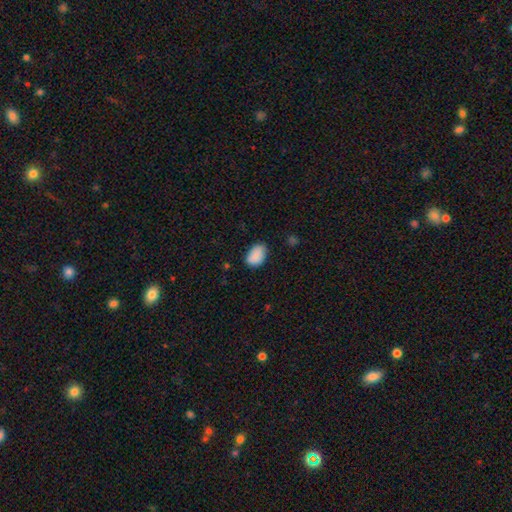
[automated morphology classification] A smooth galaxy with no disk features (88%) that is in between round and cigar-shaped (86%). Merging: none (72%).